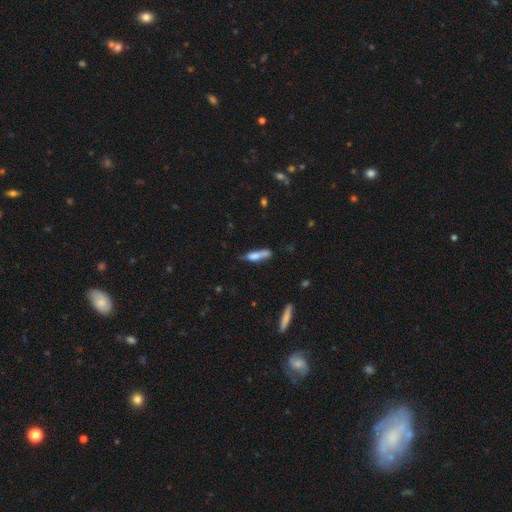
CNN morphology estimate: smooth-or-featured: smooth: 63% | featured or disk: 29% | star or artifact: 8%
  how-rounded: cigar-shaped: 73% | in between: 25% | round: 2%
  merging: none: 46% | minor disturbance: 29% | major disturbance: 14% | merger: 12%